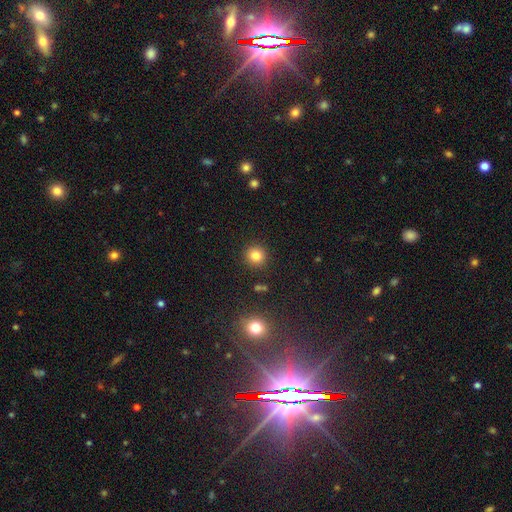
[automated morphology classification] The model was most divided on "smooth or featured": smooth: 82%, star or artifact: 12%, featured or disk: 6%. More confident: how rounded — round (93%); merging — none (90%).